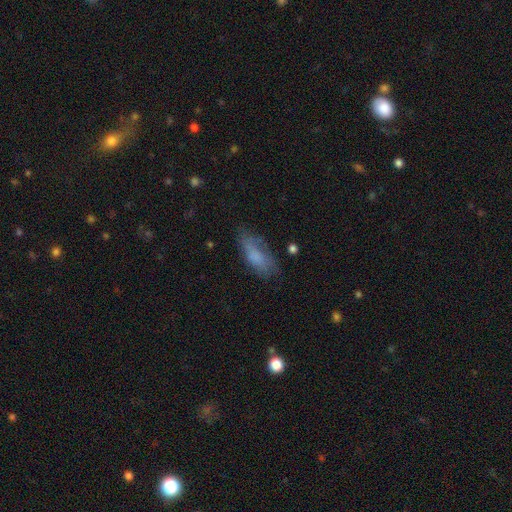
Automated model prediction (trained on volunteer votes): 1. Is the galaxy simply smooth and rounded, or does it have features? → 72% smooth, 20% featured or disk, 9% star or artifact.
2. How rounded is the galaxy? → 75% in between, 23% cigar-shaped, 2% round.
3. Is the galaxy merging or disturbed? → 57% none, 28% minor disturbance, 13% major disturbance, 3% merger.